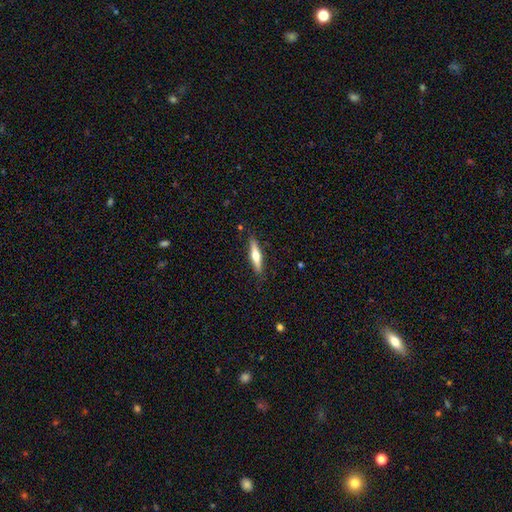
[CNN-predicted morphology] Smooth or featured? Predicted: featured or disk (p=0.52). Edge-on disk? Predicted: yes (p=0.94). Merging? Predicted: none (p=0.87).